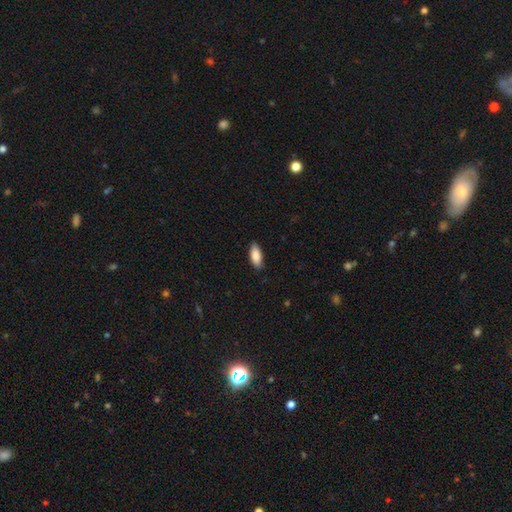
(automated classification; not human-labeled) This is clearly a smooth galaxy (88%). How rounded: clearly in between (83%). Merging: clearly none (87%).